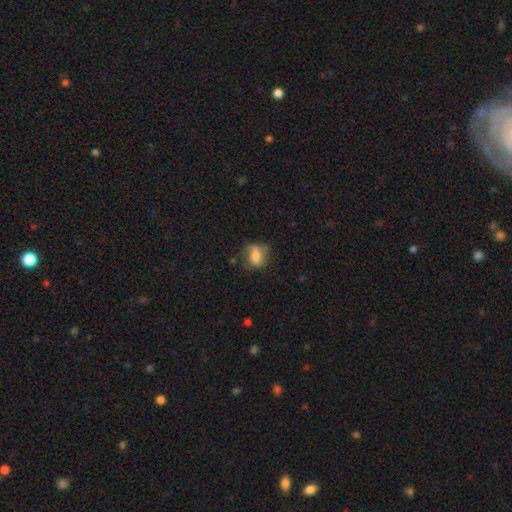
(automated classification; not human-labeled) This appears to be a smooth galaxy with no disk features (64%) that is in between round and cigar-shaped (58%). Merging: none (57%).